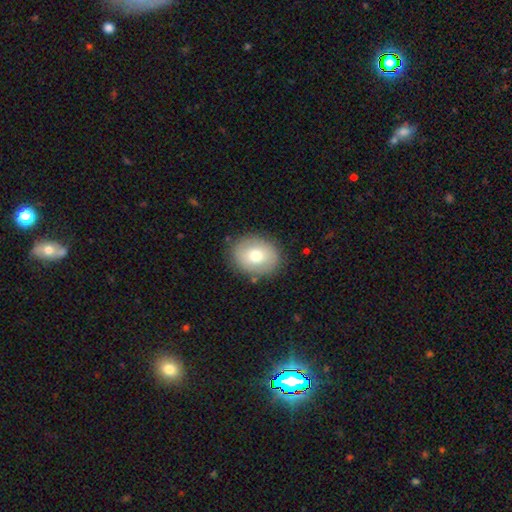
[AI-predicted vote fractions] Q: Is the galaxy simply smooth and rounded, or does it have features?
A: smooth — 69%.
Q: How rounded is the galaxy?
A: in between — 52%.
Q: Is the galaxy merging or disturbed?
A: none — 84%.